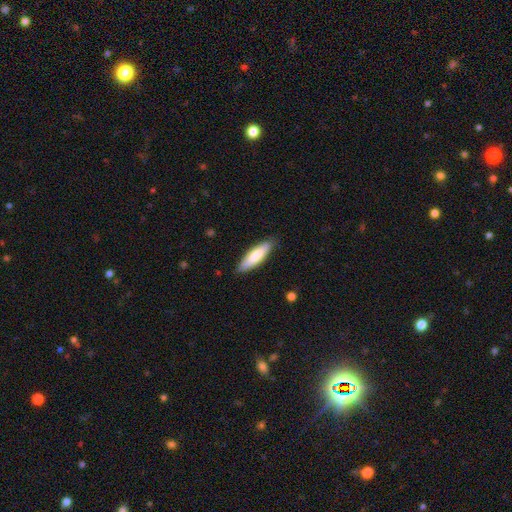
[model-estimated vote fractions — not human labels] A smooth galaxy with no disk features (77%) that is cigar-shaped (60%).

Vote fractions:
- Smooth or featured? smooth: 77% / featured or disk: 18% / star or artifact: 5%
- How rounded? cigar-shaped: 60% / in between: 39% / round: 1%
- Merging? none: 85% / minor disturbance: 12% / major disturbance: 2% / merger: 1%